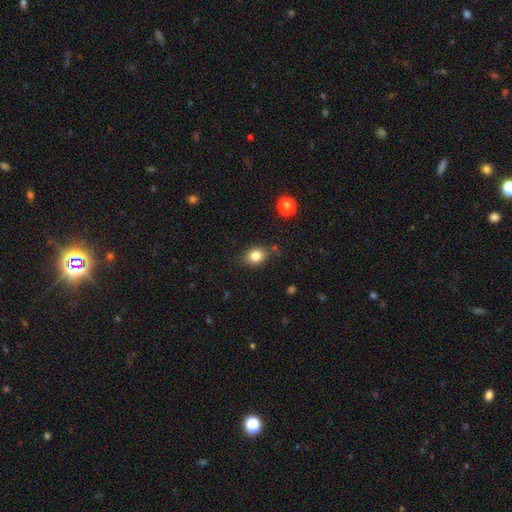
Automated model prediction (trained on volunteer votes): A smooth galaxy with no disk features (81%) that is in between round and cigar-shaped (55%).

Vote fractions:
- Smooth or featured? smooth: 81% / star or artifact: 10% / featured or disk: 8%
- How rounded? in between: 55% / round: 44% / cigar-shaped: 1%
- Merging? none: 76% / minor disturbance: 17% / major disturbance: 4% / merger: 3%